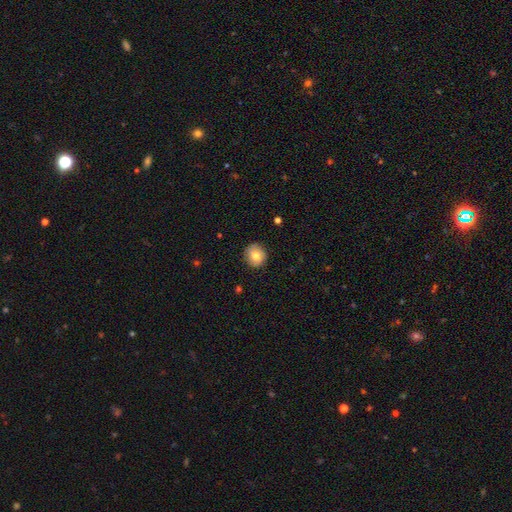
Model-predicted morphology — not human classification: Smooth or featured? smooth (75%)
How rounded? round (87%)
Merging? none (85%)